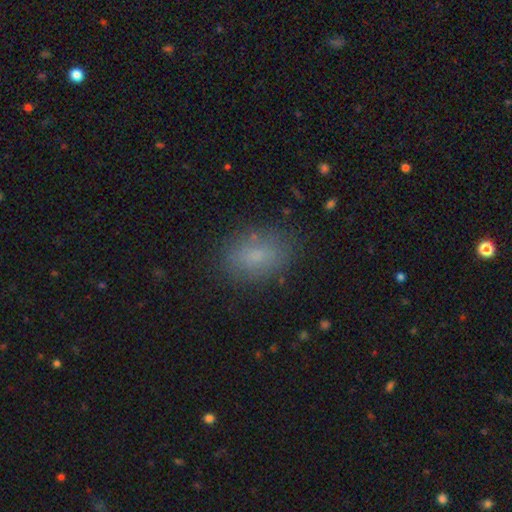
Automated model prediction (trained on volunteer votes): Q: Smooth or featured?
A: smooth (78%); runner-up: star or artifact (12%)
Q: How rounded?
A: in between (83%); runner-up: round (15%)
Q: Merging?
A: none (81%); runner-up: minor disturbance (13%)